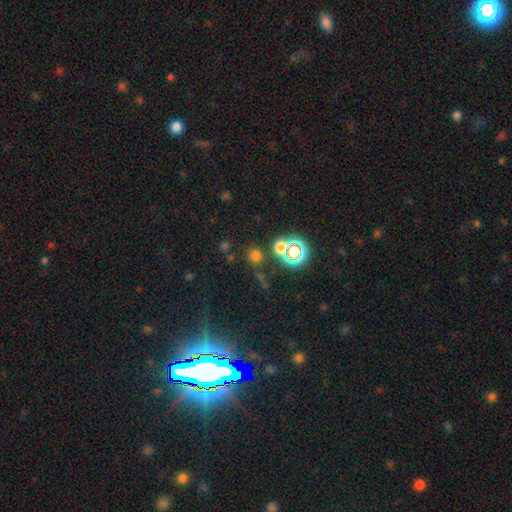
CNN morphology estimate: Overall: smooth (64%; star or artifact 31%). How rounded: round (89%). Merging: none (76%).